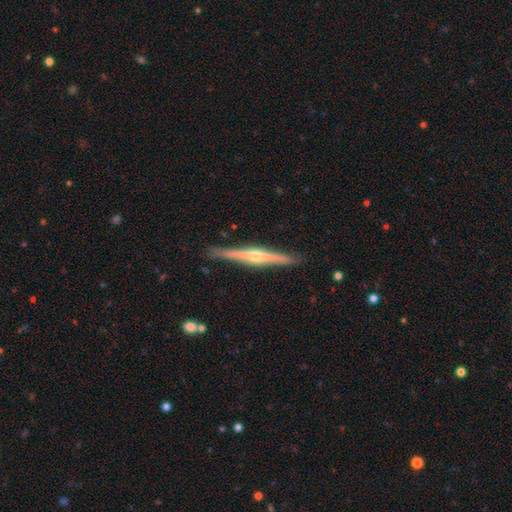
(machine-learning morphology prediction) A featured or disk galaxy (80%) viewed edge-on (98%) with a rounded central bulge (84%). Merging: none (91%).